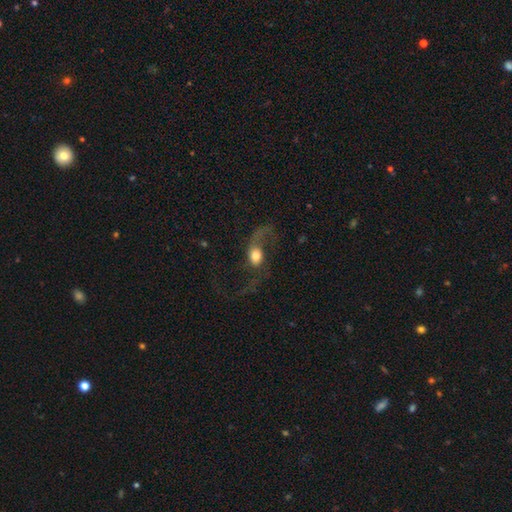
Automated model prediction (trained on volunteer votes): Smooth or featured? featured or disk (48%)
Merging? major disturbance (52%)